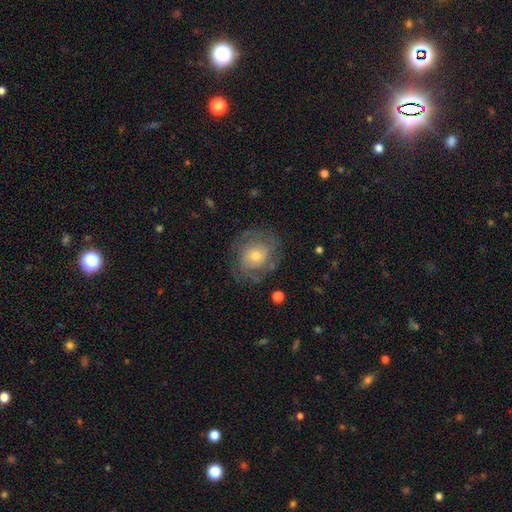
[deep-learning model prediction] Overall: featured or disk (59%; smooth 33%). Edge-on disk: no (97%). Bar: no (80%). Spiral arms: yes (71%). Bulge size: moderate (47%; small 45%). Merging: none (71%).